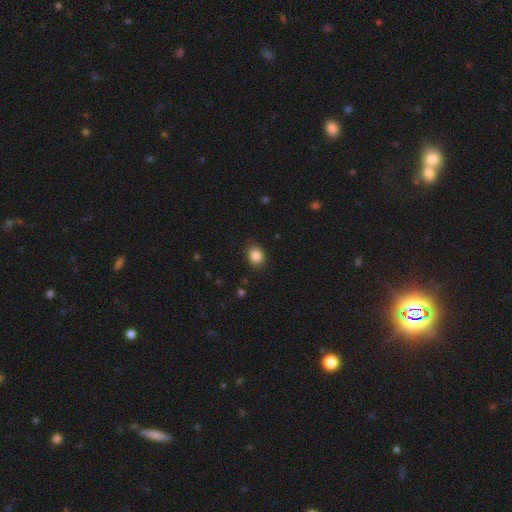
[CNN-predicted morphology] smooth 86%, star or artifact 10%, featured or disk 4%. Down the decision tree: how rounded — in between (51%); merging — none (88%).